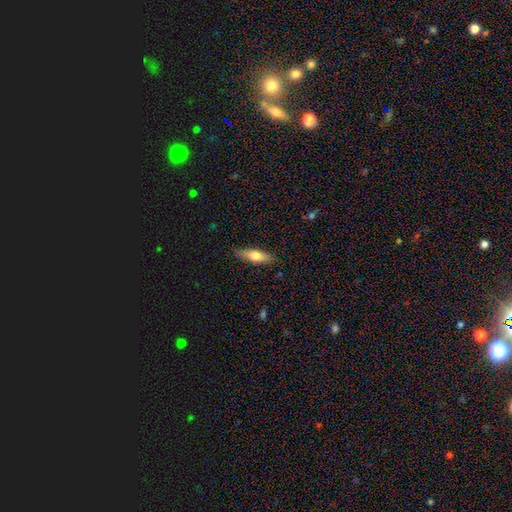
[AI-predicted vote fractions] A smooth galaxy with no disk features (65%) that is cigar-shaped (58%). Merging: none (86%).